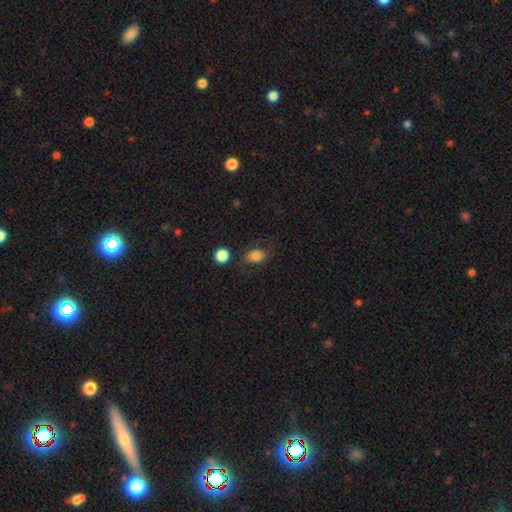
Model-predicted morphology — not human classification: smooth_or_featured: smooth (p=0.79) [alt: featured or disk p=0.11]
how_rounded: in between (p=0.77) [alt: round p=0.21]
merging: none (p=0.68) [alt: minor disturbance p=0.18]